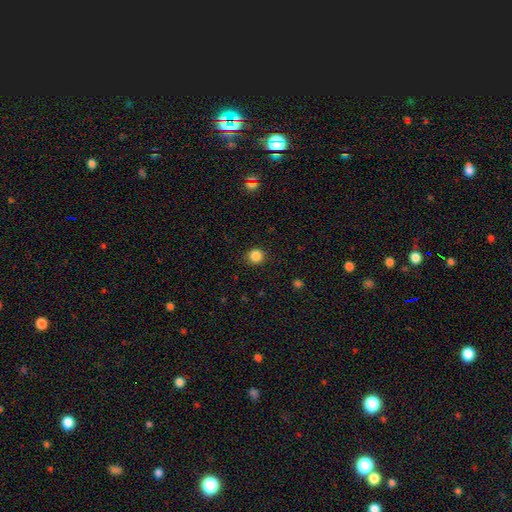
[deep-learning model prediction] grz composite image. It shows a smooth galaxy with no disk features (85%) that is round (90%). Merging: none (89%).